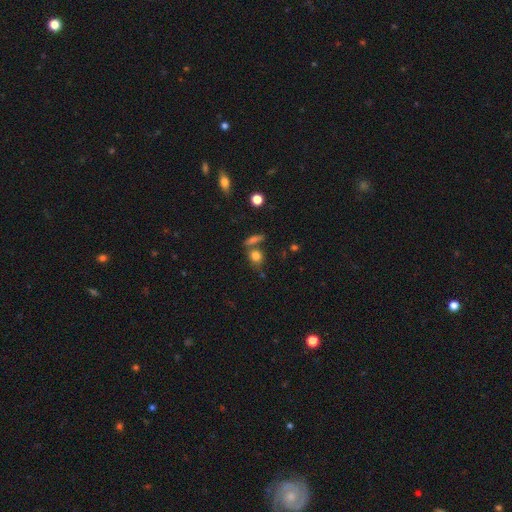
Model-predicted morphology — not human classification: A smooth galaxy with no disk features (78%) that is round (59%). Merging: none (60%).